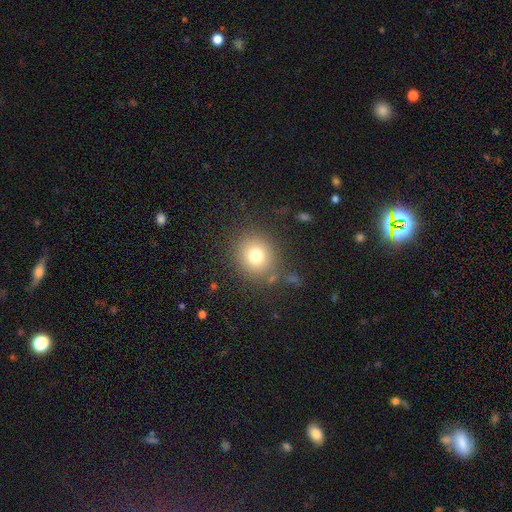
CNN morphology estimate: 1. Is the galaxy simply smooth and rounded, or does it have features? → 76% smooth, 13% star or artifact, 11% featured or disk.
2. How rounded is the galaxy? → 86% round, 13% in between, 1% cigar-shaped.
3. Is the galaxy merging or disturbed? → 81% none, 11% minor disturbance, 5% major disturbance, 3% merger.